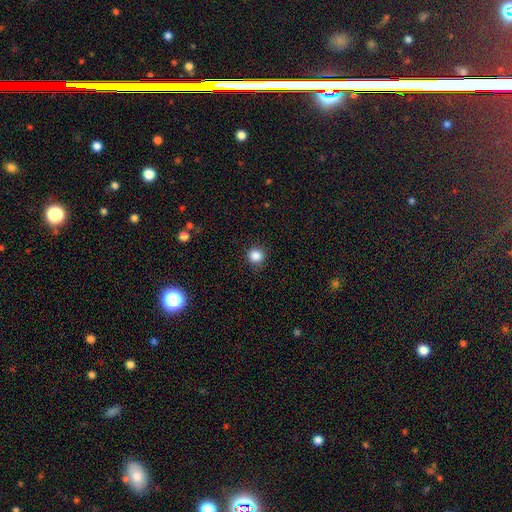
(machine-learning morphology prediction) The model was most divided on "smooth or featured": smooth: 86%, star or artifact: 11%, featured or disk: 3%. More confident: how rounded — round (93%); merging — none (90%).